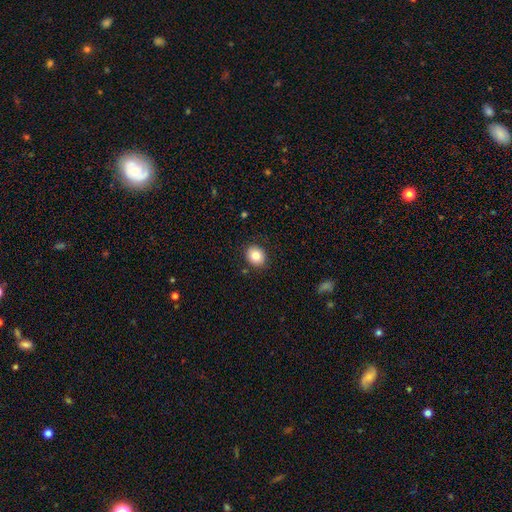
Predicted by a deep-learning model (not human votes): This is clearly a smooth galaxy (83%). How rounded: possibly round (56%). Merging: clearly none (88%).